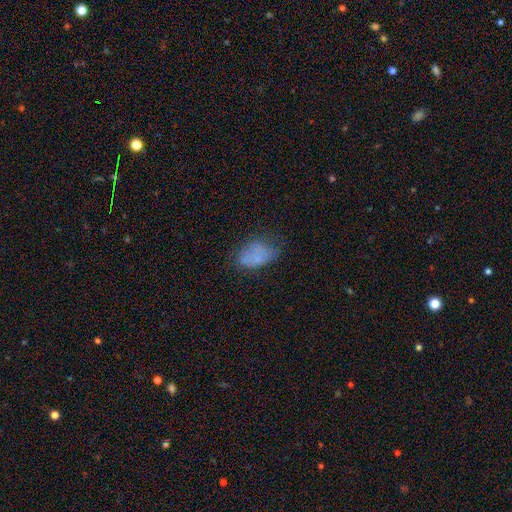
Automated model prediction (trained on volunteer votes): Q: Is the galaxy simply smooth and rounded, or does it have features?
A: smooth — 63%.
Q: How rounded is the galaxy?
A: in between — 87%.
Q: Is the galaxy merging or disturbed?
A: none — 46%.